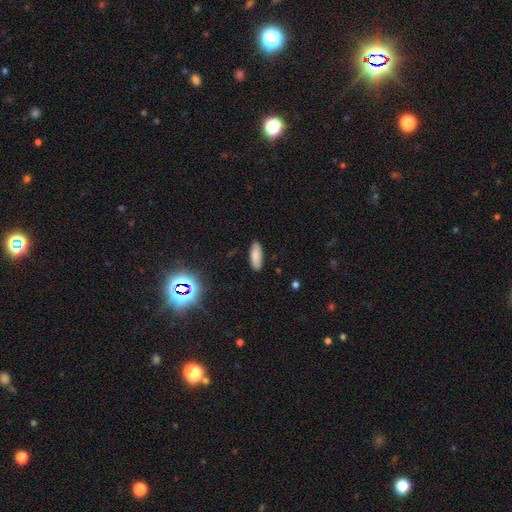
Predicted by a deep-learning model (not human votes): Overall: smooth (82%). How rounded: in between (72%). Merging: none (89%).